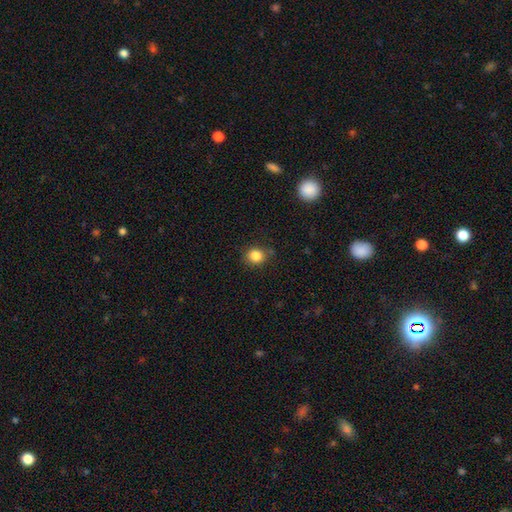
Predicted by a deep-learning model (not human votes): A smooth galaxy with no disk features (84%) that is round (78%). Merging: none (83%).